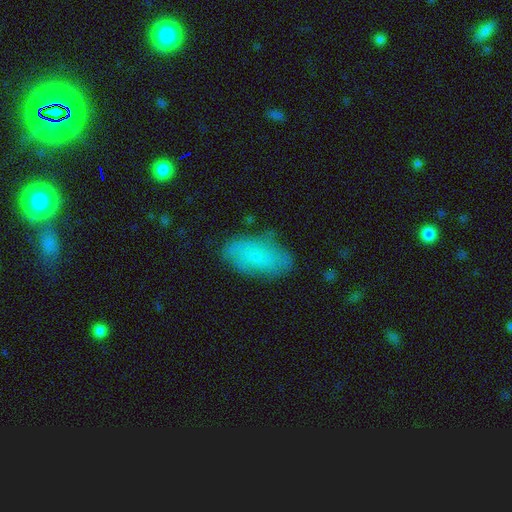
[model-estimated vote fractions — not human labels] This is likely a smooth galaxy (73%). How rounded: clearly in between (92%). Merging: likely none (73%).